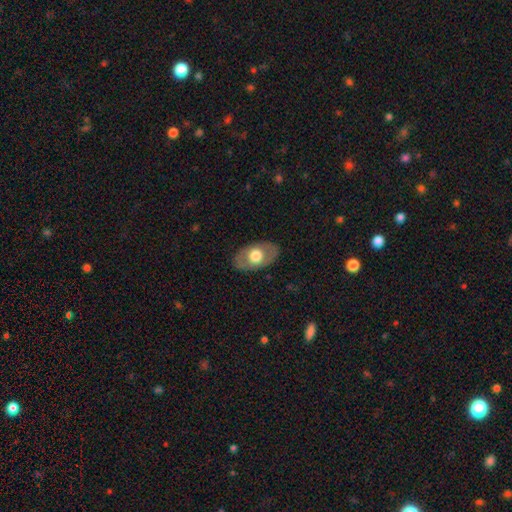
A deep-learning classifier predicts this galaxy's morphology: type=smooth (54%); roundness=in between (88%); merging=none (84%).